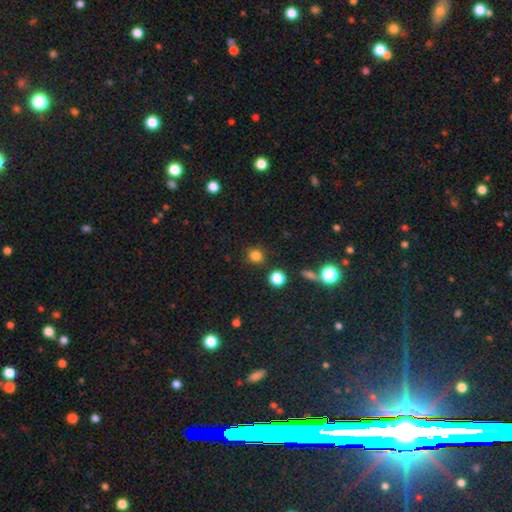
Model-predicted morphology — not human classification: A smooth galaxy with no disk features (81%) that is round (89%). Merging: none (87%).